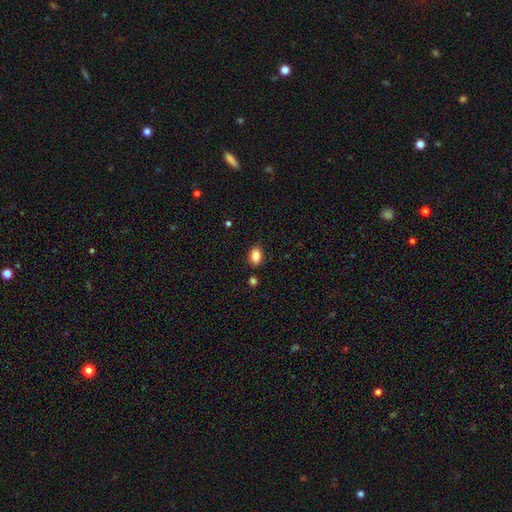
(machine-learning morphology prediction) A smooth galaxy with no disk features (86%) that is in between round and cigar-shaped (82%).

Vote fractions:
- Smooth or featured? smooth: 86% / star or artifact: 9% / featured or disk: 5%
- How rounded? in between: 82% / round: 16% / cigar-shaped: 1%
- Merging? none: 84% / minor disturbance: 11% / merger: 3% / major disturbance: 3%